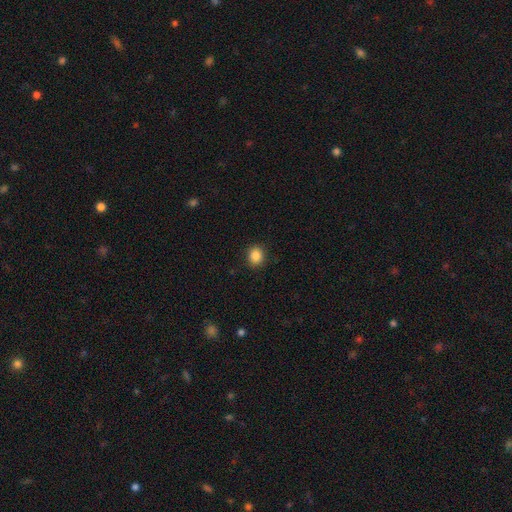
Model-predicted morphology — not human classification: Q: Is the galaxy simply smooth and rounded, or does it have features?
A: smooth — 86%.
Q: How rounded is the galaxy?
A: round — 75%.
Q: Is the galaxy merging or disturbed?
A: none — 91%.